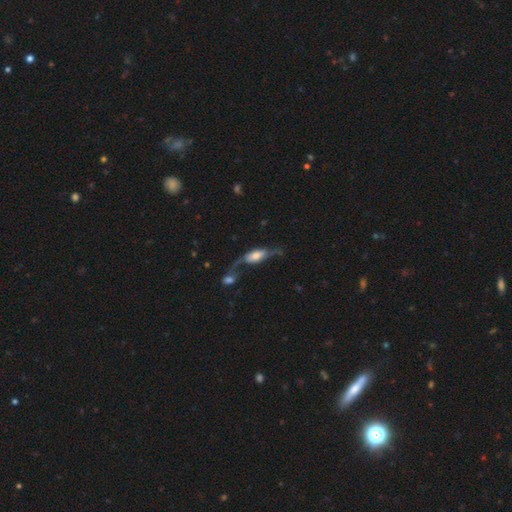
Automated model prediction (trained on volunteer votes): Q: Smooth or featured?
A: featured or disk (54%); runner-up: smooth (39%)
Q: Edge-on disk?
A: no (66%); runner-up: yes (34%)
Q: Merging?
A: merger (33%); runner-up: none (25%)